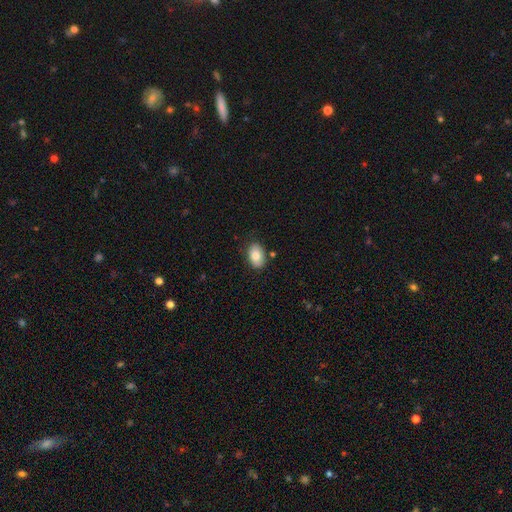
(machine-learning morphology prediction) Q: Smooth or featured?
A: smooth (80%); runner-up: featured or disk (13%)
Q: How rounded?
A: in between (88%); runner-up: round (11%)
Q: Merging?
A: none (81%); runner-up: minor disturbance (13%)